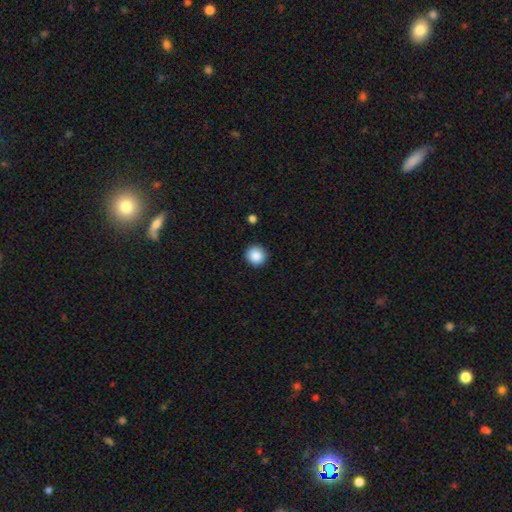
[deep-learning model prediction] Q: Smooth or featured?
A: smooth (88%); runner-up: star or artifact (9%)
Q: How rounded?
A: round (94%); runner-up: in between (5%)
Q: Merging?
A: none (92%); runner-up: minor disturbance (5%)